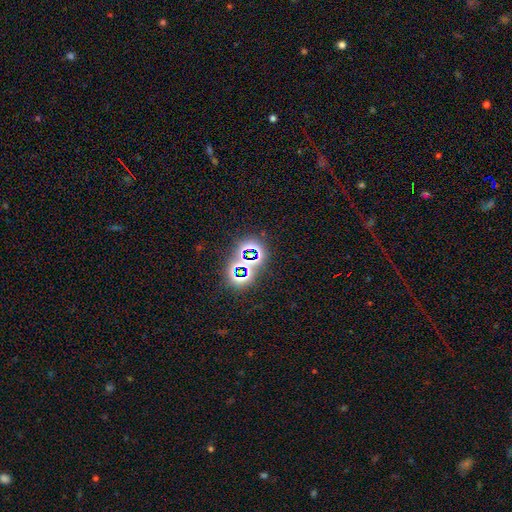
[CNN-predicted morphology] Smooth or featured? star or artifact (76%)